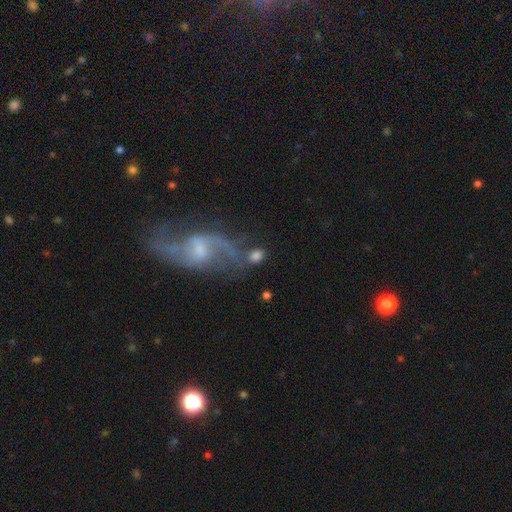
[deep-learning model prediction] Smooth or featured?
  - smooth: 71% *
  - featured or disk: 18%
  - star or artifact: 11%
How rounded?
  - in between: 52% *
  - round: 45%
  - cigar-shaped: 3%
Merging?
  - none: 50% *
  - merger: 20%
  - minor disturbance: 16%
  - major disturbance: 14%